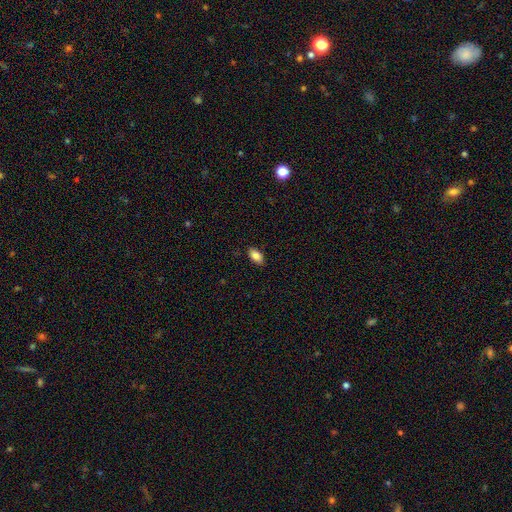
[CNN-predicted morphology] Overall: smooth (86%). How rounded: in between (91%). Merging: none (88%).